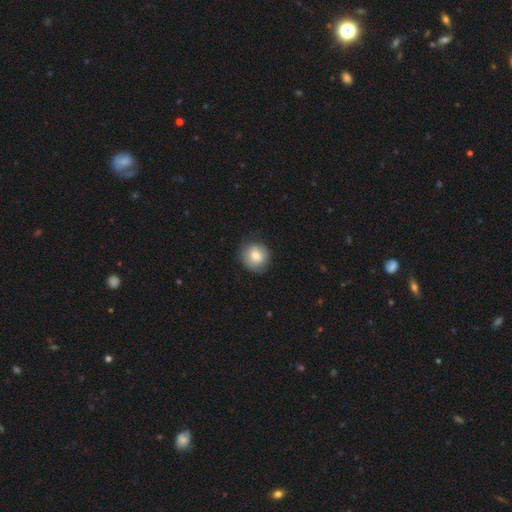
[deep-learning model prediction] smooth-or-featured: smooth: 77% | featured or disk: 15% | star or artifact: 8%
  how-rounded: round: 86% | in between: 13% | cigar-shaped: 1%
  merging: none: 76% | minor disturbance: 18% | major disturbance: 5% | merger: 1%